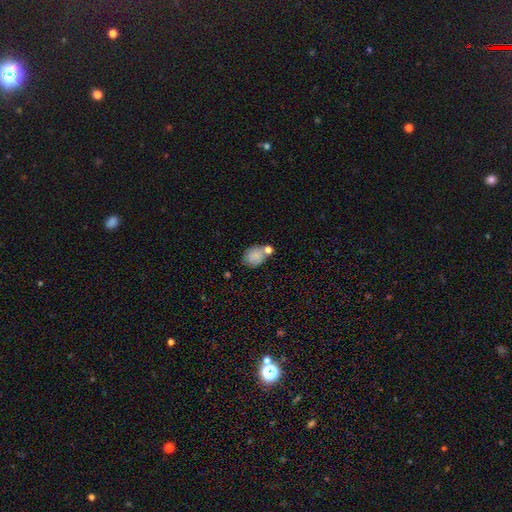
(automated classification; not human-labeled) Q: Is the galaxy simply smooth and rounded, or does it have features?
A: smooth — 82%.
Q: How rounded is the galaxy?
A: in between — 70%.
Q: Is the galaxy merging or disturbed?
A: none — 54%.